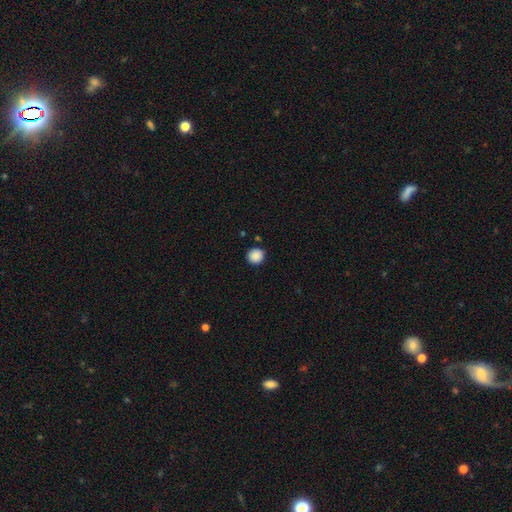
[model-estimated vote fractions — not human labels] Smooth or featured?
  - smooth: 89% *
  - star or artifact: 9%
  - featured or disk: 3%
How rounded?
  - round: 93% *
  - in between: 6%
  - cigar-shaped: 1%
Merging?
  - none: 90% *
  - minor disturbance: 7%
  - merger: 2%
  - major disturbance: 2%